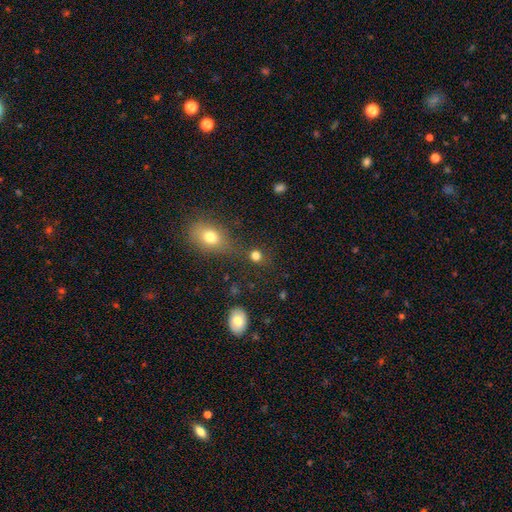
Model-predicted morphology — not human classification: Smooth or featured? Predicted: smooth (p=0.80). How rounded? Predicted: round (p=0.81). Merging? Predicted: none (p=0.75).